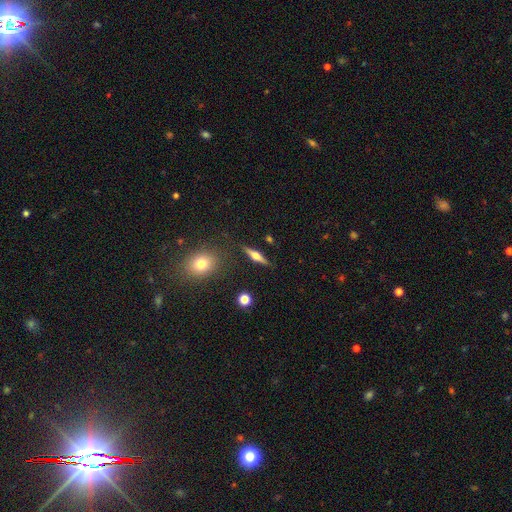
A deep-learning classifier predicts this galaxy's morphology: This is likely a featured or disk galaxy (64%). It is clearly viewed edge-on (96%). Edge-on bulge: clearly rounded (94%). Merging: clearly none (87%).